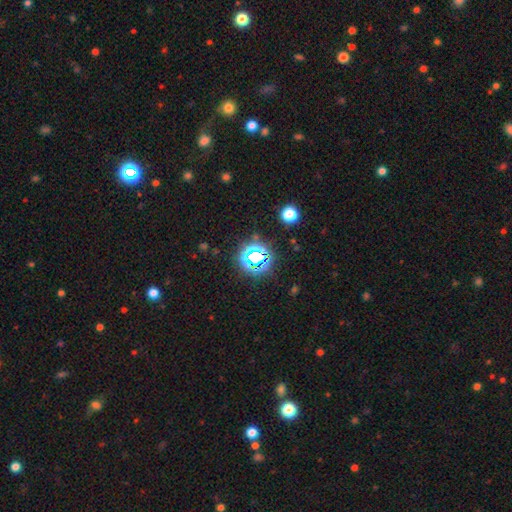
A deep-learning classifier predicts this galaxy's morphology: This appears to be a star or artifact, not a galaxy (73%).